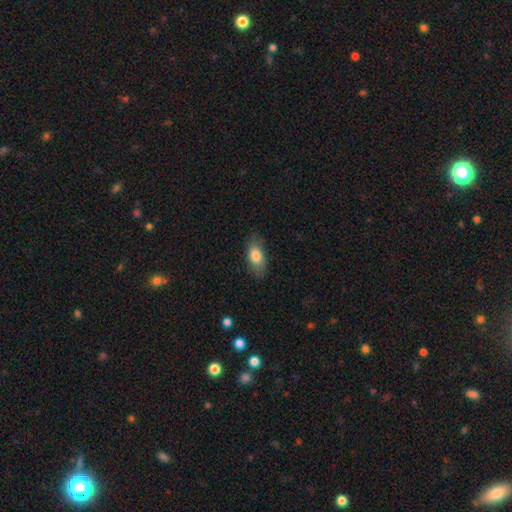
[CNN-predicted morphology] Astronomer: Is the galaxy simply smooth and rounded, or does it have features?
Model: smooth — 81%.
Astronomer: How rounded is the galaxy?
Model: in between — 86%.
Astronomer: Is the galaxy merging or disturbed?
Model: none — 81%.